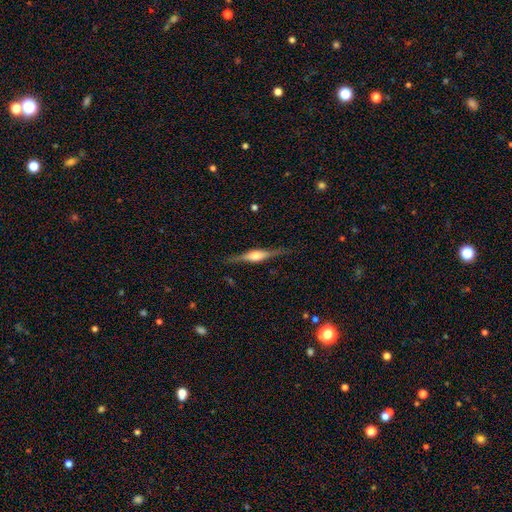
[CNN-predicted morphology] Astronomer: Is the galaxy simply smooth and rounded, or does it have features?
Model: featured or disk — 76%.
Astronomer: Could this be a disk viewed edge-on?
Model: yes — 97%.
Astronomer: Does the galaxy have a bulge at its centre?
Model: rounded — 84%.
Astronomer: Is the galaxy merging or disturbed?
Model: none — 86%.